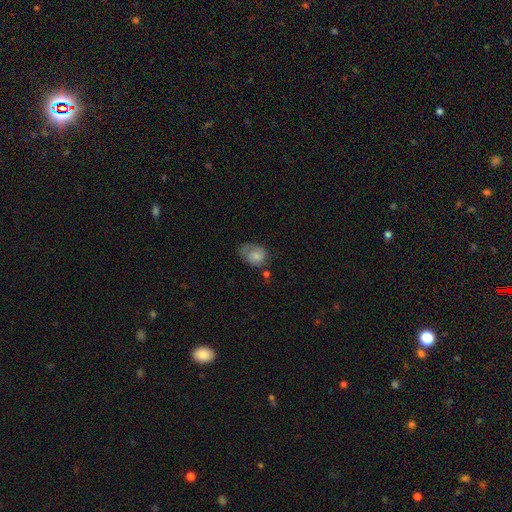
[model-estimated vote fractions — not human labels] Smooth or featured? smooth (62%)
How rounded? in between (66%)
Merging? none (43%)